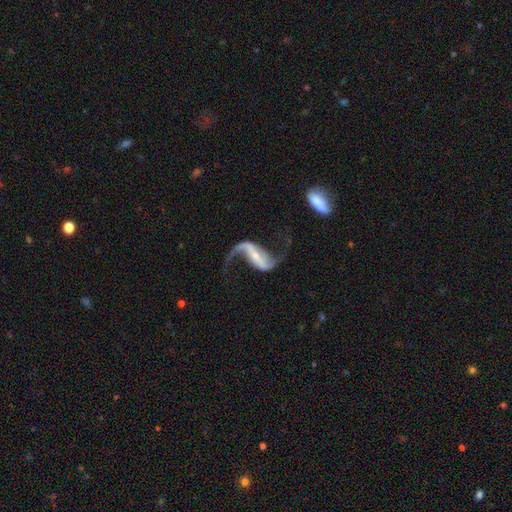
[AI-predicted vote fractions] Q: Smooth or featured?
A: featured or disk (91%); runner-up: star or artifact (5%)
Q: Edge-on disk?
A: no (96%); runner-up: yes (4%)
Q: Bar?
A: strong (55%); runner-up: weak (30%)
Q: Spiral arms?
A: yes (96%); runner-up: no (4%)
Q: Spiral winding?
A: loose (87%); runner-up: medium (10%)
Q: Spiral arm count?
A: 2 (92%); runner-up: 1 (4%)
Q: Bulge size?
A: small (61%); runner-up: moderate (25%)
Q: Merging?
A: none (64%); runner-up: major disturbance (18%)